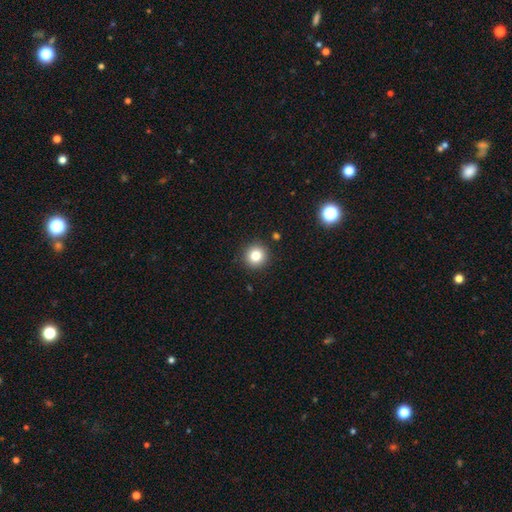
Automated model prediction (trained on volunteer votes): smooth-or-featured: smooth: 80% | star or artifact: 12% | featured or disk: 8%
  how-rounded: round: 95% | in between: 4% | cigar-shaped: 1%
  merging: none: 91% | minor disturbance: 6% | major disturbance: 2% | merger: 2%